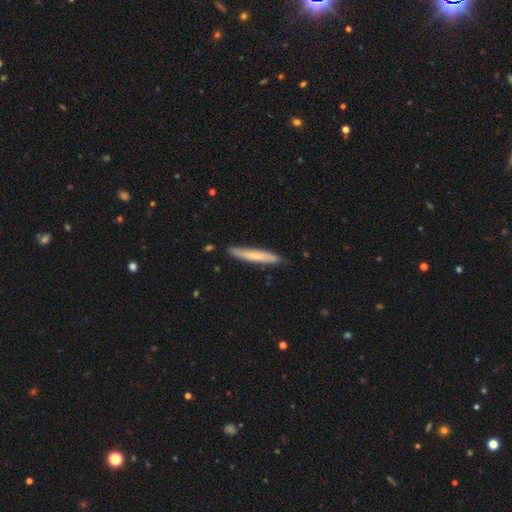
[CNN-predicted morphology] Smooth or featured?
  - smooth: 59% *
  - featured or disk: 35%
  - star or artifact: 5%
How rounded?
  - cigar-shaped: 93% *
  - in between: 5%
  - round: 1%
Merging?
  - none: 83% *
  - minor disturbance: 13%
  - major disturbance: 2%
  - merger: 2%